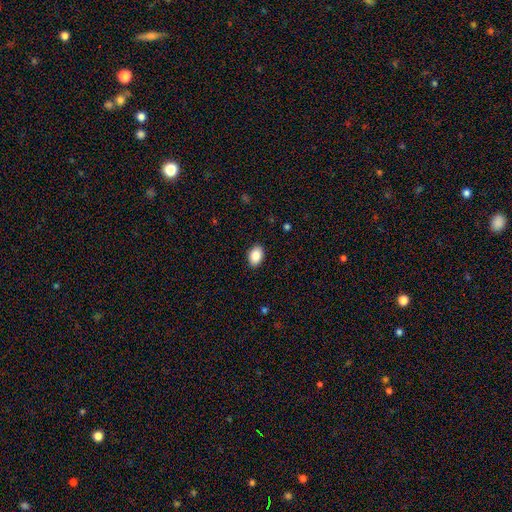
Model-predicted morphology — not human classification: Smooth or featured? Predicted: smooth (p=0.86). How rounded? Predicted: in between (p=0.85). Merging? Predicted: none (p=0.90).